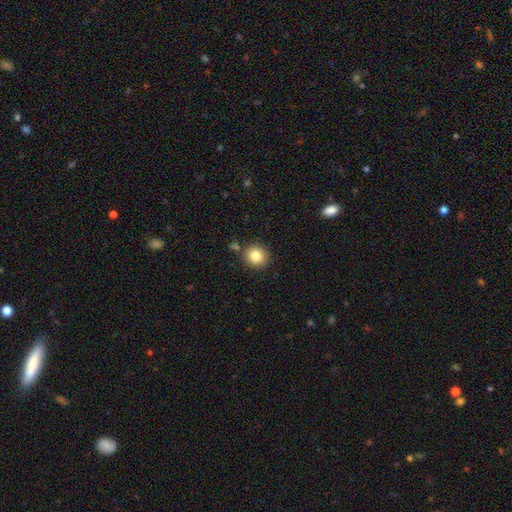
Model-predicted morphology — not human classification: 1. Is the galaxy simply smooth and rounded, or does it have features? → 83% smooth, 10% star or artifact, 7% featured or disk.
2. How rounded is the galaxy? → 91% round, 8% in between, 1% cigar-shaped.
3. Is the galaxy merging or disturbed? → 85% none, 8% minor disturbance, 5% merger, 2% major disturbance.